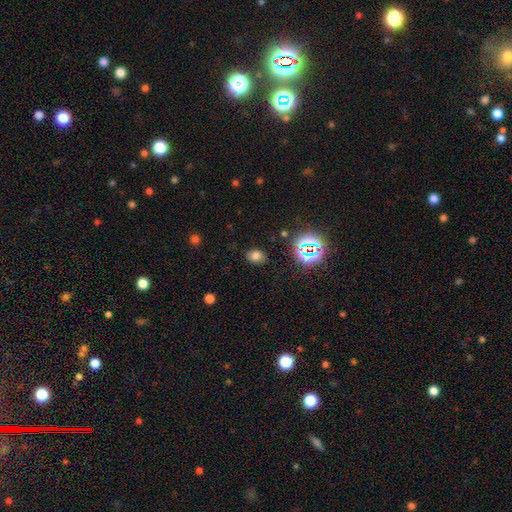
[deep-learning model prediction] smooth 70%, star or artifact 23%, featured or disk 8%. Down the decision tree: how rounded — in between (69%); merging — none (80%).